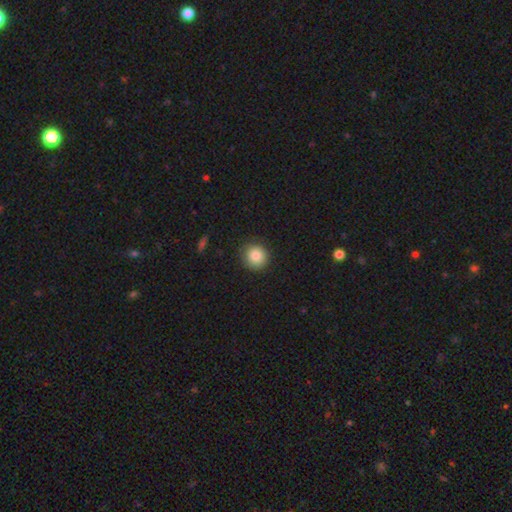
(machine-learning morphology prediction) A smooth galaxy with no disk features (85%) that is round (94%).

Vote fractions:
- Smooth or featured? smooth: 85% / star or artifact: 9% / featured or disk: 6%
- How rounded? round: 94% / in between: 5% / cigar-shaped: 1%
- Merging? none: 89% / minor disturbance: 8% / major disturbance: 2% / merger: 1%